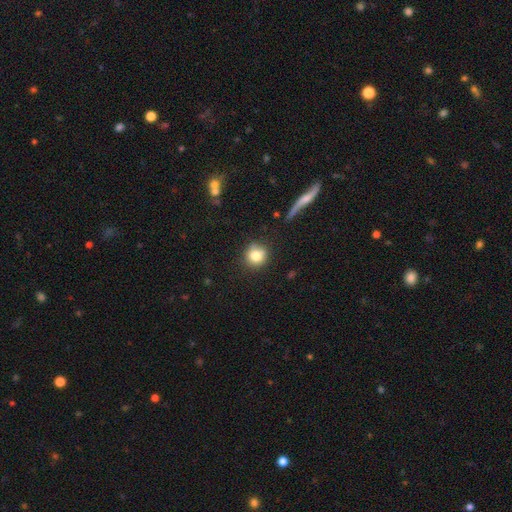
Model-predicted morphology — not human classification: Overall: smooth (79%). How rounded: round (88%). Merging: none (74%).